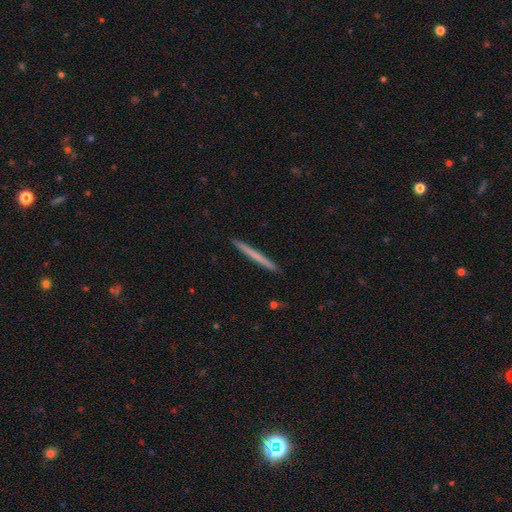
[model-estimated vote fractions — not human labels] Smooth or featured?
  - smooth: 60% *
  - featured or disk: 35%
  - star or artifact: 5%
How rounded?
  - cigar-shaped: 97% *
  - in between: 1%
  - round: 1%
Merging?
  - none: 93% *
  - minor disturbance: 4%
  - major disturbance: 1%
  - merger: 1%